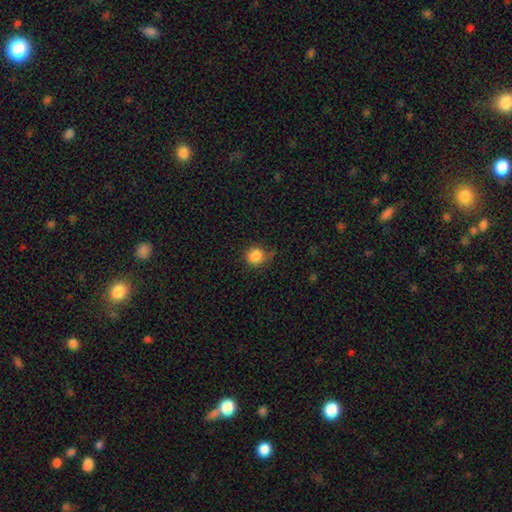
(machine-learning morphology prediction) smooth 86%, star or artifact 10%, featured or disk 4%. Down the decision tree: how rounded — round (83%); merging — none (64%).